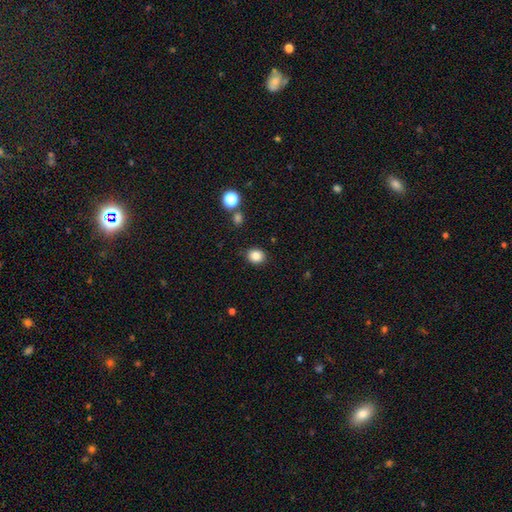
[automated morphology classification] smooth_or_featured: smooth (p=0.85) [alt: star or artifact p=0.11]
how_rounded: round (p=0.70) [alt: in between p=0.30]
merging: none (p=0.88) [alt: minor disturbance p=0.08]